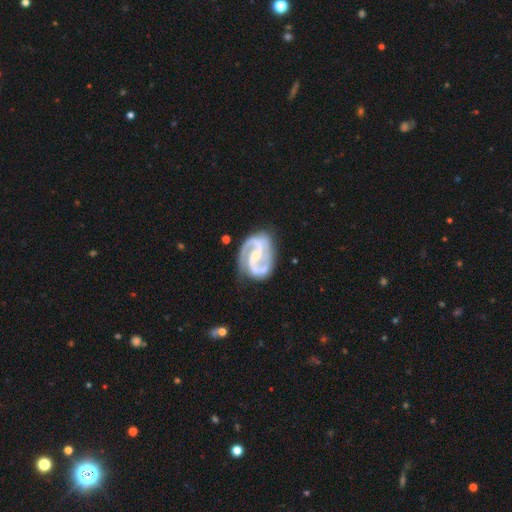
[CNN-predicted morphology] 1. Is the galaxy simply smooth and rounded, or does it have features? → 93% featured or disk, 4% star or artifact, 3% smooth.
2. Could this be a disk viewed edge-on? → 98% no, 2% yes.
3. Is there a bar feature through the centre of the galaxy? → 39% weak, 34% strong, 27% no.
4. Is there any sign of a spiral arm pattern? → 98% yes, 2% no.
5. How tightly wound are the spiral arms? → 60% medium, 25% tight, 15% loose.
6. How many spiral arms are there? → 93% 2, 2% 3, 2% can't tell, 1% 1, 1% 4, 1% more than 4.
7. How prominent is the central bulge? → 56% small, 38% moderate, 3% none, 2% large, 1% dominant.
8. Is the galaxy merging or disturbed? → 77% none, 16% minor disturbance, 5% major disturbance, 2% merger.